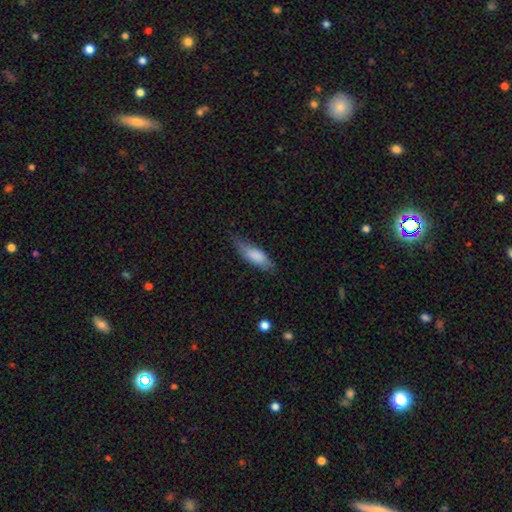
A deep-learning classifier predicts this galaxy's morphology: type=smooth (81%); roundness=in between (62%); merging=none (61%).